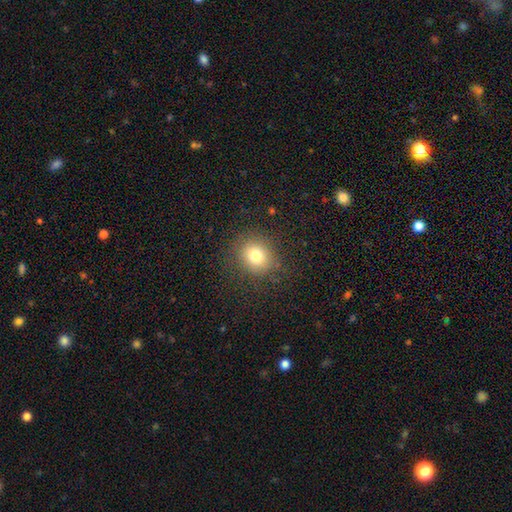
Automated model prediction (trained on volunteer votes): Q: Smooth or featured?
A: smooth (76%); runner-up: star or artifact (14%)
Q: How rounded?
A: round (78%); runner-up: in between (22%)
Q: Merging?
A: none (82%); runner-up: minor disturbance (11%)